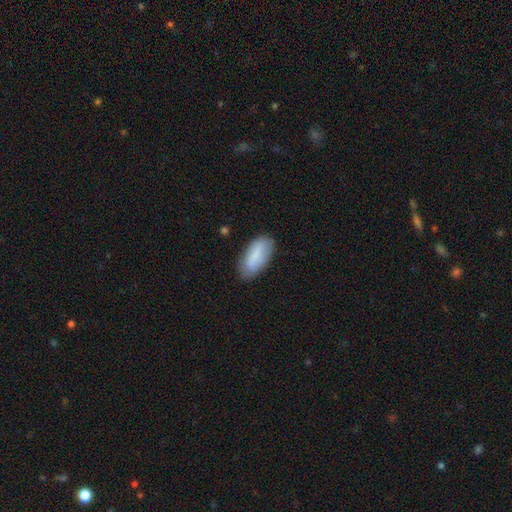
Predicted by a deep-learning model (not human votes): Smooth or featured? Predicted: smooth (p=0.77). How rounded? Predicted: in between (p=0.85). Merging? Predicted: none (p=0.78).